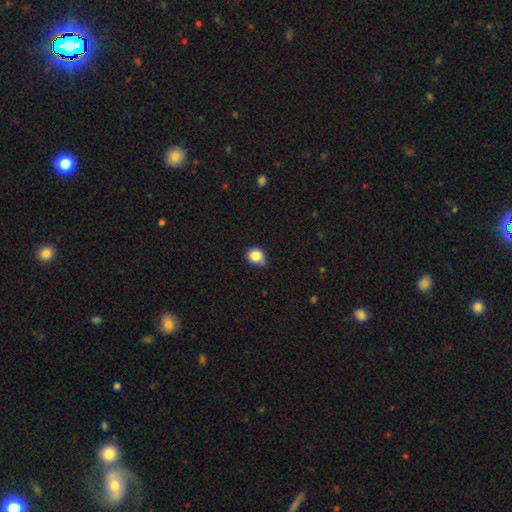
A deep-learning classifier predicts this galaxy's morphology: Q: Smooth or featured?
A: smooth (84%); runner-up: star or artifact (10%)
Q: How rounded?
A: round (75%); runner-up: in between (24%)
Q: Merging?
A: none (57%); runner-up: minor disturbance (35%)